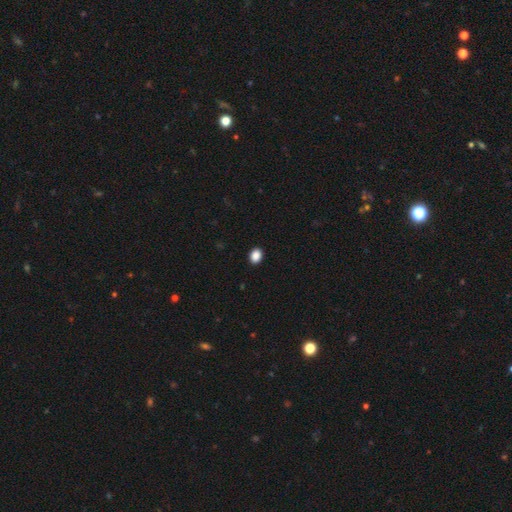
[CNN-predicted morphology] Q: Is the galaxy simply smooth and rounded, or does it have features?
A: smooth — 89%.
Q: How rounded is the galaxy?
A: in between — 59%.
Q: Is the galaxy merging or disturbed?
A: none — 92%.